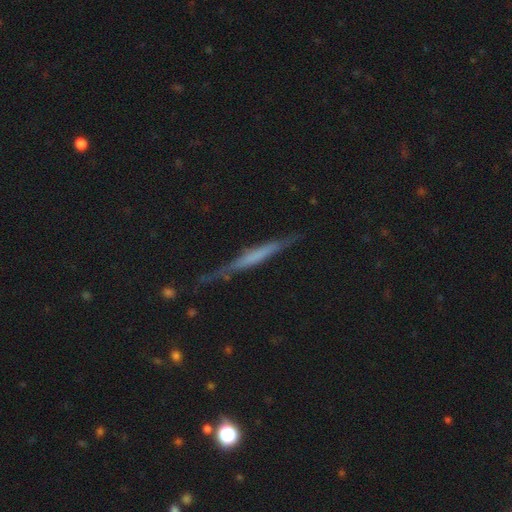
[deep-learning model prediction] This appears to be a featured or disk galaxy (58%) viewed edge-on (95%) with no central bulge (62%). Merging: none (74%).